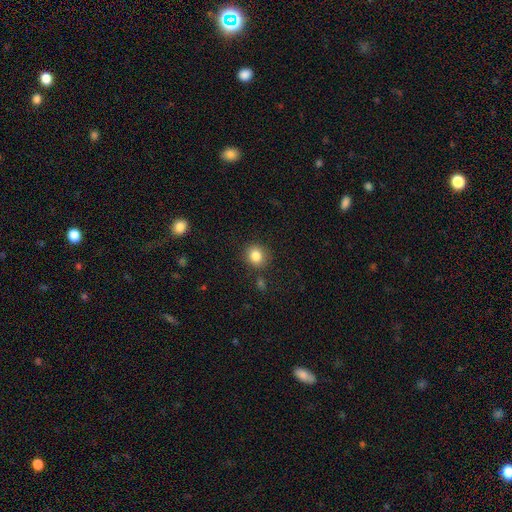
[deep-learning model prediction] Smooth or featured? Predicted: smooth (p=0.84). How rounded? Predicted: round (p=0.79). Merging? Predicted: none (p=0.85).